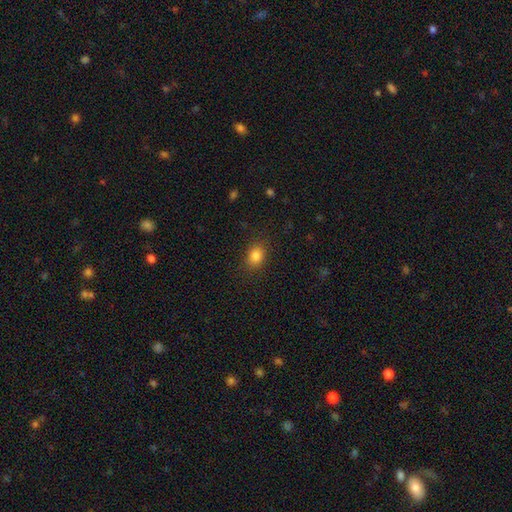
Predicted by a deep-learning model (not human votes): This appears to be a smooth galaxy with no disk features (85%) that is in between round and cigar-shaped (65%). Merging: none (85%).